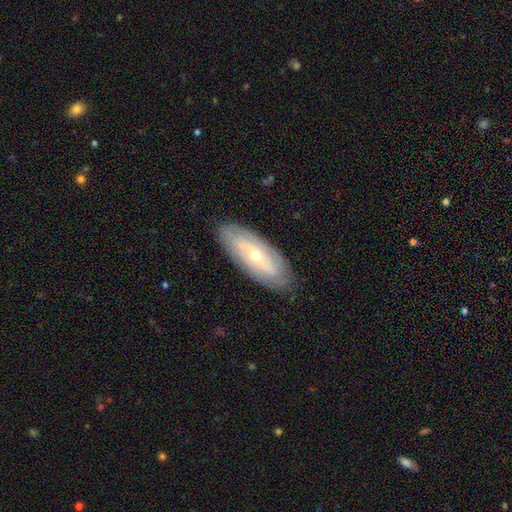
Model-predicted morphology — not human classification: Q: Smooth or featured?
A: featured or disk (68%); runner-up: smooth (26%)
Q: Edge-on disk?
A: no (84%); runner-up: yes (16%)
Q: Bar?
A: no (67%); runner-up: weak (23%)
Q: Spiral arms?
A: yes (65%); runner-up: no (35%)
Q: Bulge size?
A: small (56%); runner-up: moderate (41%)
Q: Merging?
A: none (84%); runner-up: minor disturbance (12%)